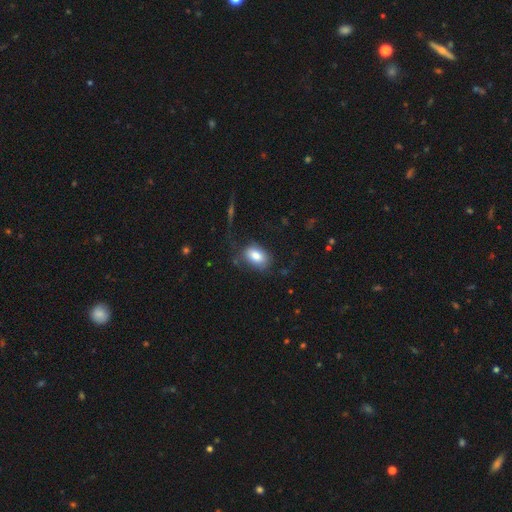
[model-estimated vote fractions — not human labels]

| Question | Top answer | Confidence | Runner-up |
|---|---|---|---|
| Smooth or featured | smooth | 82% | featured or disk (10%) |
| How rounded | in between | 83% | round (15%) |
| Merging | none | 67% | minor disturbance (20%) |